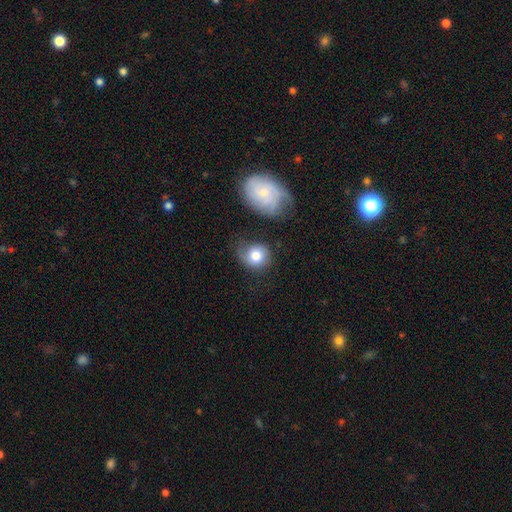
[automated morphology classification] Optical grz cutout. It shows a smooth galaxy with no disk features (73%) that is round (76%). Merging: none (57%).